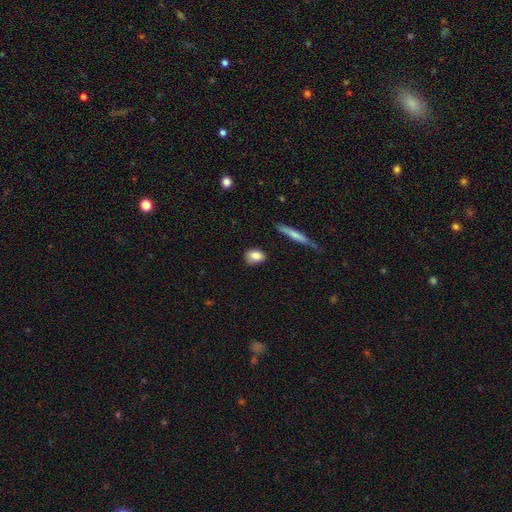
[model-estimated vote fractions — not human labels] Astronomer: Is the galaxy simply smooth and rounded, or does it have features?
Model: smooth — 84%.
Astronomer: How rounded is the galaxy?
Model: in between — 67%.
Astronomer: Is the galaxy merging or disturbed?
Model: none — 82%.